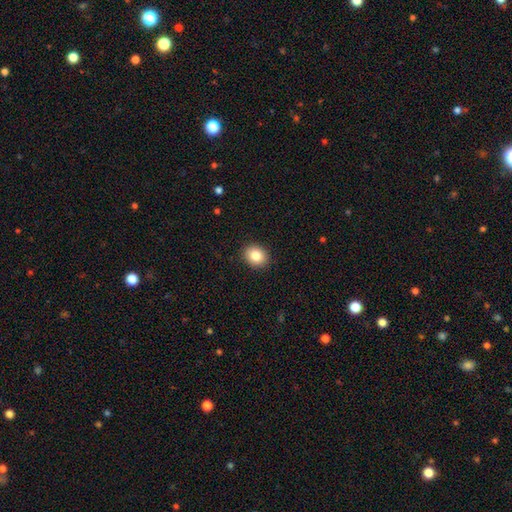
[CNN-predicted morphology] Overall: smooth (83%). How rounded: round (59%; in between 40%). Merging: none (91%).